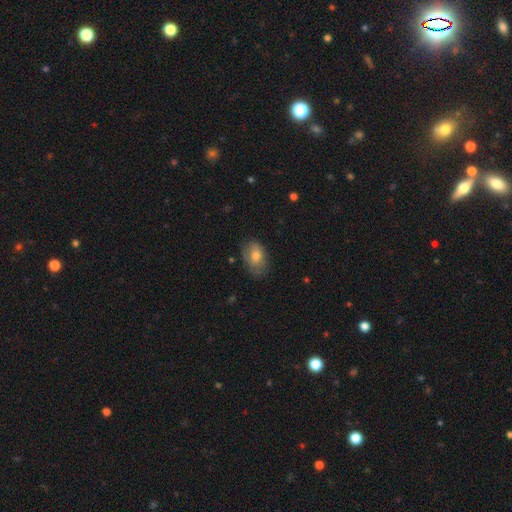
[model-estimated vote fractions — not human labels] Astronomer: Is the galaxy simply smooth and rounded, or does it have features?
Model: smooth — 72%.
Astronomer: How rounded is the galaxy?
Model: in between — 87%.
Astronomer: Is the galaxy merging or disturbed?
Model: none — 67%.